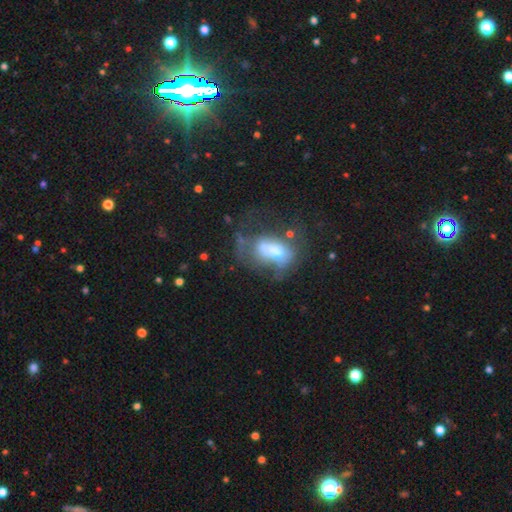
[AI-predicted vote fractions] featured or disk 47%, star or artifact 31%, smooth 22%. Down the decision tree: merging — none (53%).